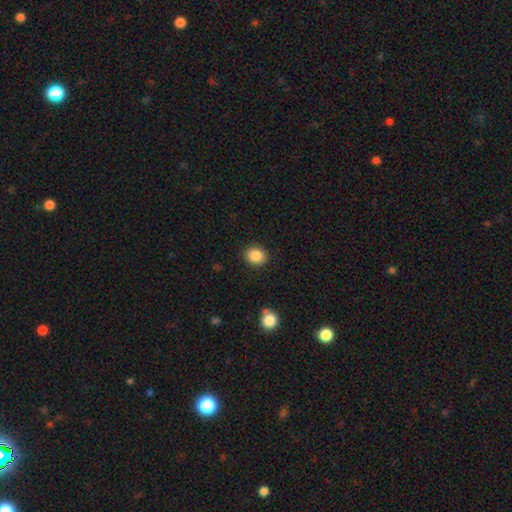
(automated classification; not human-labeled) Overall: smooth (87%). How rounded: round (58%; in between 41%). Merging: none (89%).